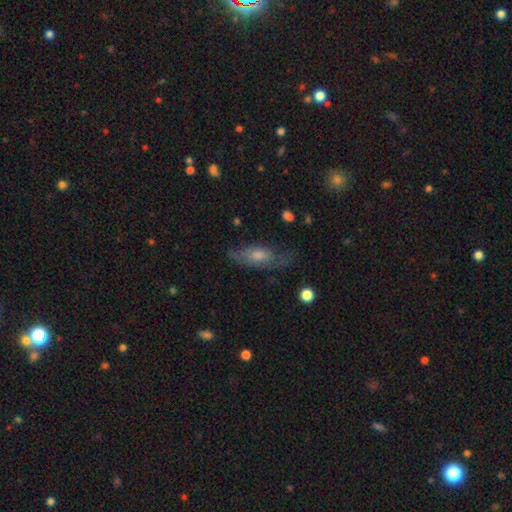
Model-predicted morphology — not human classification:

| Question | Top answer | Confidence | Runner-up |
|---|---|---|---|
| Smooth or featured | featured or disk | 50% | smooth (39%) |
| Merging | none | 65% | minor disturbance (23%) |